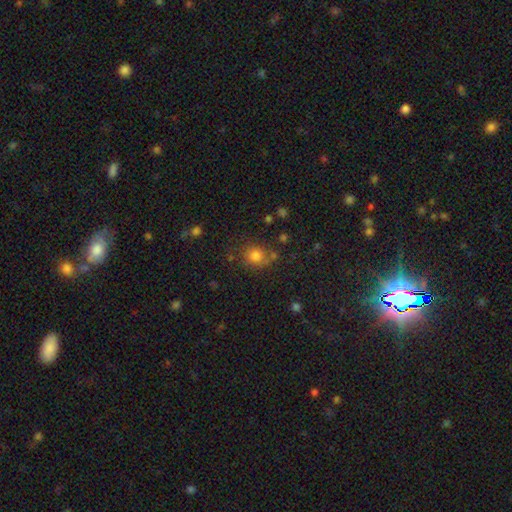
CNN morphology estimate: Smooth or featured: smooth — 78% (star or artifact — 15%)
How rounded: round — 79% (in between — 20%)
Merging: none — 70% (minor disturbance — 15%)